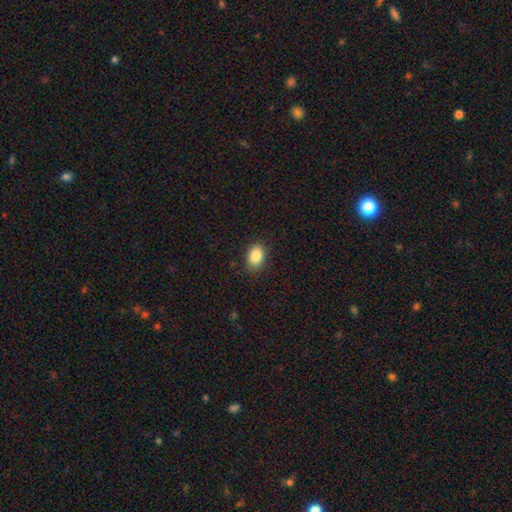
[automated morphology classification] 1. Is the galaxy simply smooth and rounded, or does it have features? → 87% smooth, 8% star or artifact, 5% featured or disk.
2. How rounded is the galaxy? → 82% in between, 16% round, 1% cigar-shaped.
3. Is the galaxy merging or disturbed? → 87% none, 10% minor disturbance, 2% major disturbance, 1% merger.